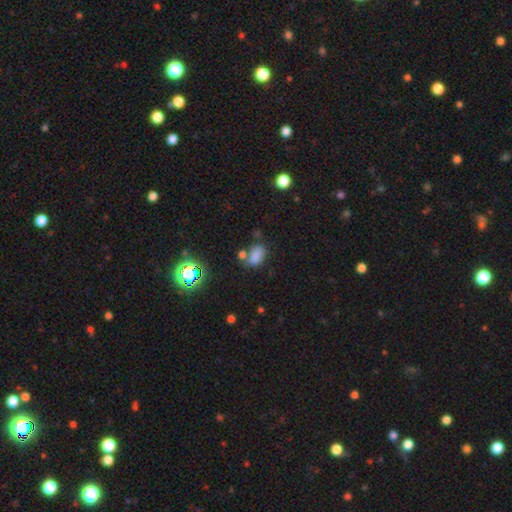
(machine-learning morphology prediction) This appears to be a smooth galaxy with no disk features (76%) that is in between round and cigar-shaped (87%). Merging: none (58%).